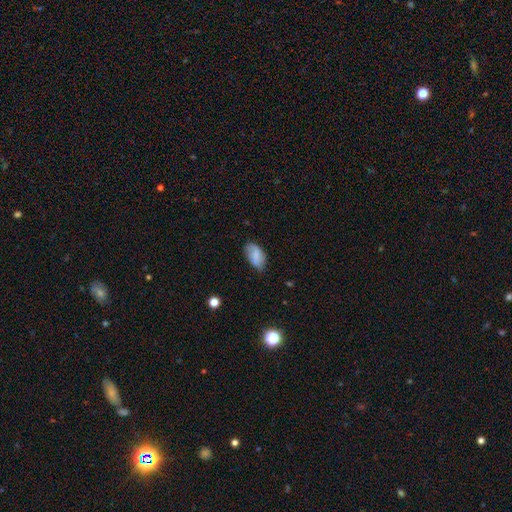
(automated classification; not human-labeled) Smooth or featured? smooth (70%)
How rounded? in between (93%)
Merging? none (62%)